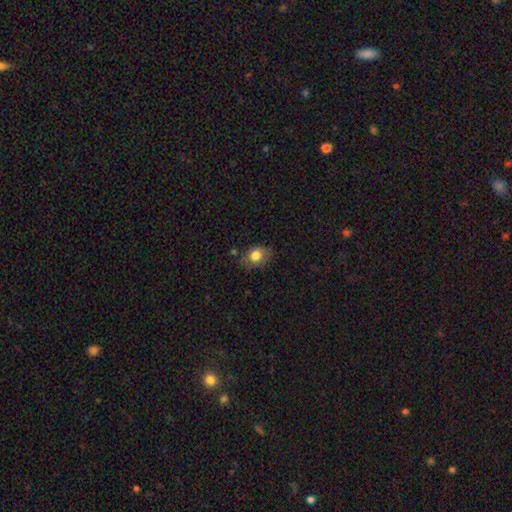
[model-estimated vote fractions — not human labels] smooth-or-featured: smooth: 81% | featured or disk: 10% | star or artifact: 9%
  how-rounded: in between: 56% | round: 42% | cigar-shaped: 1%
  merging: none: 69% | minor disturbance: 23% | major disturbance: 5% | merger: 3%